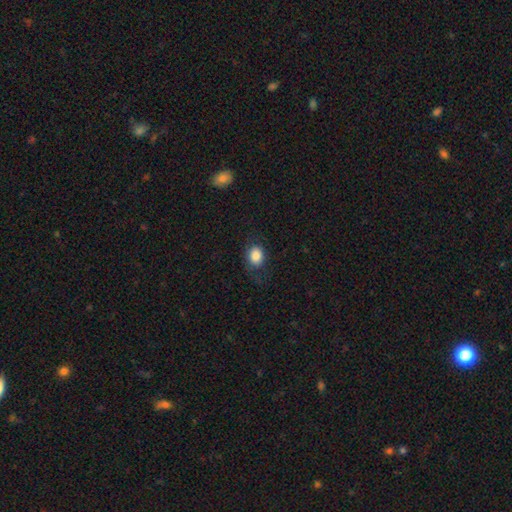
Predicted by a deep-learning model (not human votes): This appears to be a smooth galaxy with no disk features (85%) that is in between round and cigar-shaped (50%). Merging: none (72%).